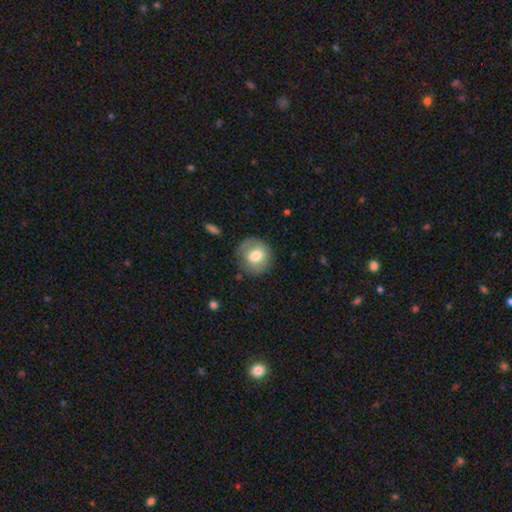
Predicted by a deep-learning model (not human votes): Q: Smooth or featured?
A: smooth (69%); runner-up: featured or disk (24%)
Q: How rounded?
A: round (84%); runner-up: in between (15%)
Q: Merging?
A: none (75%); runner-up: minor disturbance (17%)